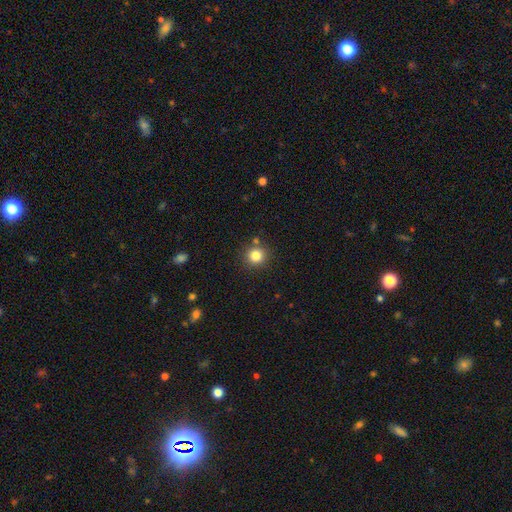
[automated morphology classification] The model was most divided on "smooth or featured": smooth: 82%, star or artifact: 12%, featured or disk: 5%. More confident: how rounded — round (92%); merging — none (84%).